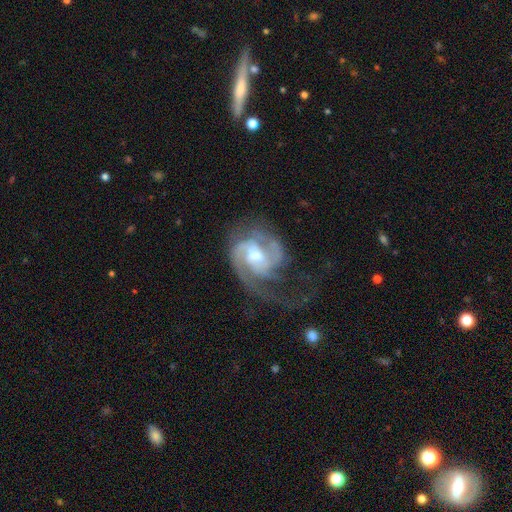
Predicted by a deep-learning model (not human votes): featured or disk 91%, smooth 5%, star or artifact 4%. Down the decision tree: edge-on disk — no (98%); bar — weak (49%); spiral arms — yes (98%); spiral arm count — 2 (54%); spiral winding — medium (49%); bulge size — moderate (63%); merging — none (45%).